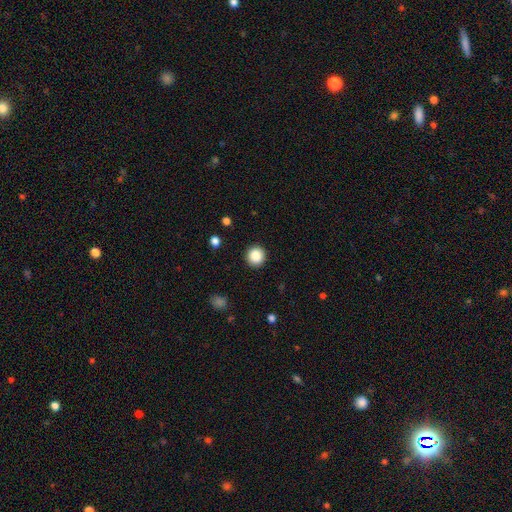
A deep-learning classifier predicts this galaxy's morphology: smooth-or-featured: smooth: 87% | star or artifact: 9% | featured or disk: 3%
  how-rounded: round: 94% | in between: 5% | cigar-shaped: 1%
  merging: none: 92% | minor disturbance: 5% | major disturbance: 2% | merger: 1%